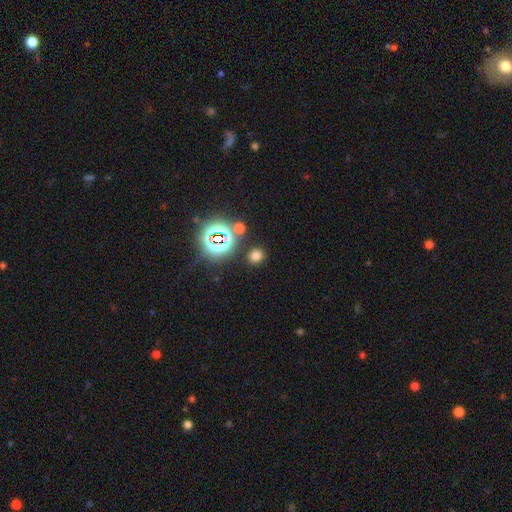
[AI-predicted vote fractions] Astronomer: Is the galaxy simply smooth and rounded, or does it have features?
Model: smooth — 67%.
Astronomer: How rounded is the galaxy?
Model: round — 73%.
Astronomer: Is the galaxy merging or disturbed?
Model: none — 85%.